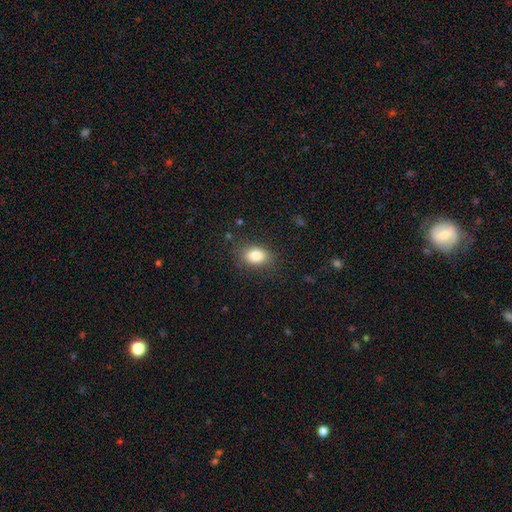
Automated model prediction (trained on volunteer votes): Morphology: type=smooth (83%); roundness=in between (76%); merging=none (82%).